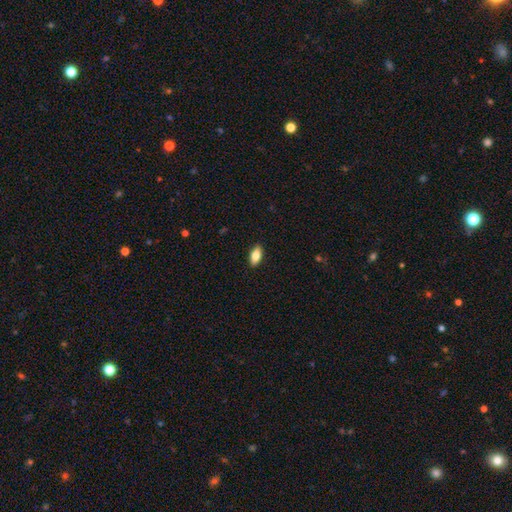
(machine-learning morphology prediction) Smooth or featured?
  - smooth: 80% *
  - featured or disk: 13%
  - star or artifact: 7%
How rounded?
  - in between: 89% *
  - cigar-shaped: 8%
  - round: 3%
Merging?
  - none: 90% *
  - minor disturbance: 7%
  - major disturbance: 2%
  - merger: 1%